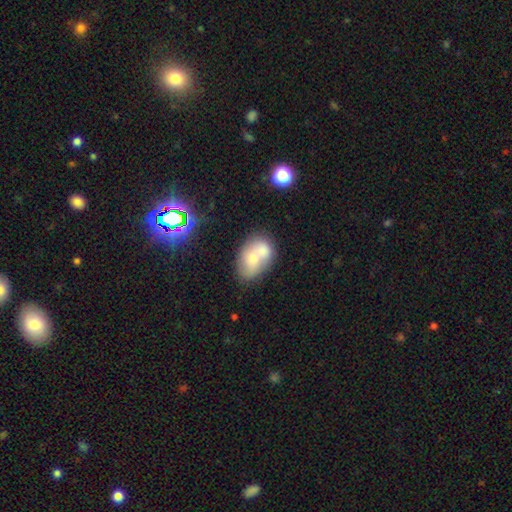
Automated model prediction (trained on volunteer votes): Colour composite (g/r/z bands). It shows a smooth galaxy with no disk features (62%) that is in between round and cigar-shaped (80%). Merging: merger (52%).